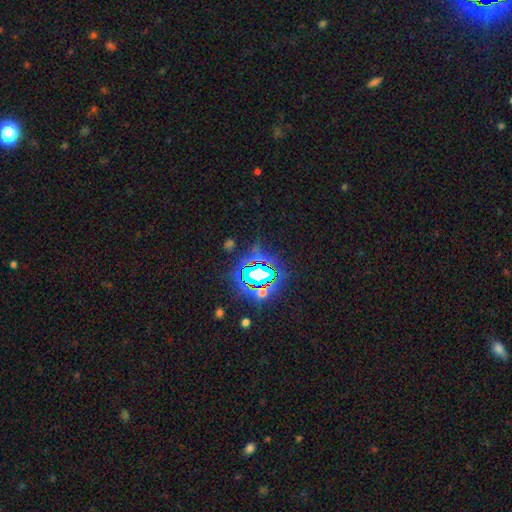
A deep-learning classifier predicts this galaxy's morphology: Overall: star or artifact (81%).